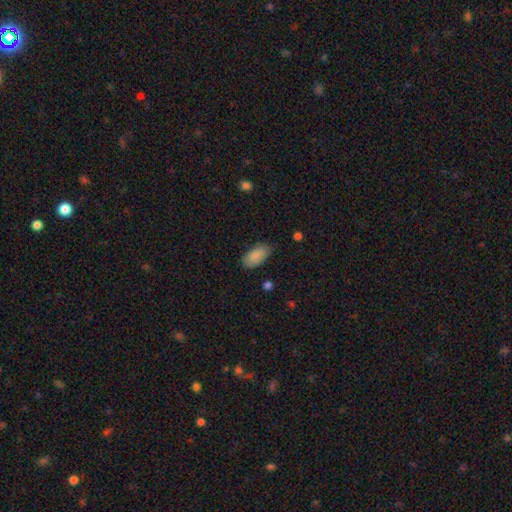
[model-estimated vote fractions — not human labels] A smooth galaxy with no disk features (88%) that is in between round and cigar-shaped (93%).

Vote fractions:
- Smooth or featured? smooth: 88% / star or artifact: 7% / featured or disk: 5%
- How rounded? in between: 93% / cigar-shaped: 5% / round: 3%
- Merging? none: 81% / minor disturbance: 14% / major disturbance: 3% / merger: 1%